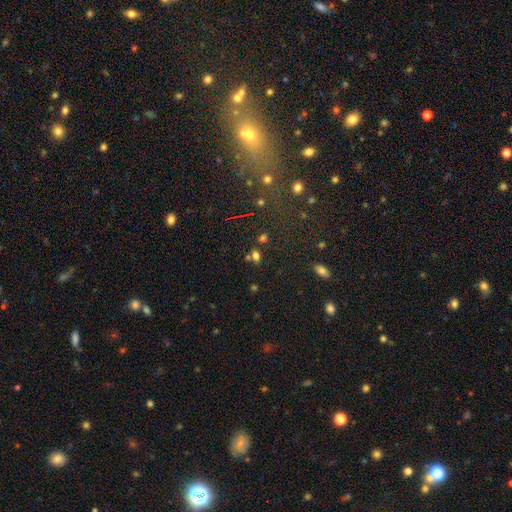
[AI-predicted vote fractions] smooth-or-featured: smooth: 67% | star or artifact: 24% | featured or disk: 9%
  how-rounded: in between: 74% | round: 22% | cigar-shaped: 3%
  merging: none: 64% | merger: 18% | minor disturbance: 13% | major disturbance: 5%